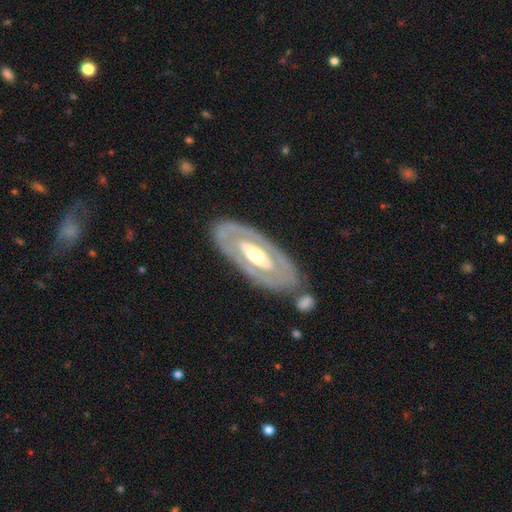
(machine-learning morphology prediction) Smooth or featured? Predicted: featured or disk (p=0.74). Edge-on disk? Predicted: no (p=0.86). Bar? Predicted: no (p=0.58). Spiral arms? Predicted: no (p=0.68). Bulge size? Predicted: moderate (p=0.67). Merging? Predicted: none (p=0.79).